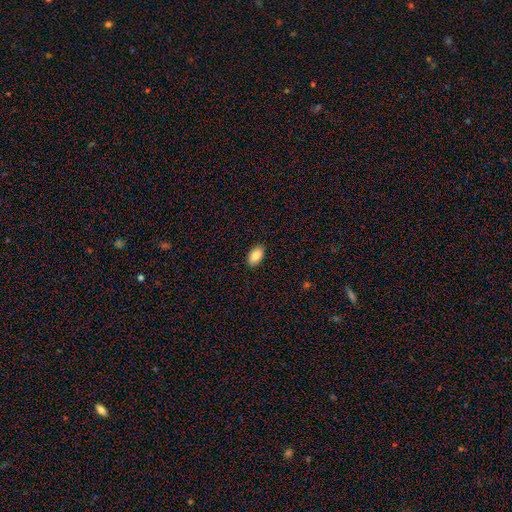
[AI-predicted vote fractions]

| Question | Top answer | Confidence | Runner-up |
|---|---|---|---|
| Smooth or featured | smooth | 86% | featured or disk (7%) |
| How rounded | in between | 94% | round (3%) |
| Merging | none | 89% | minor disturbance (8%) |